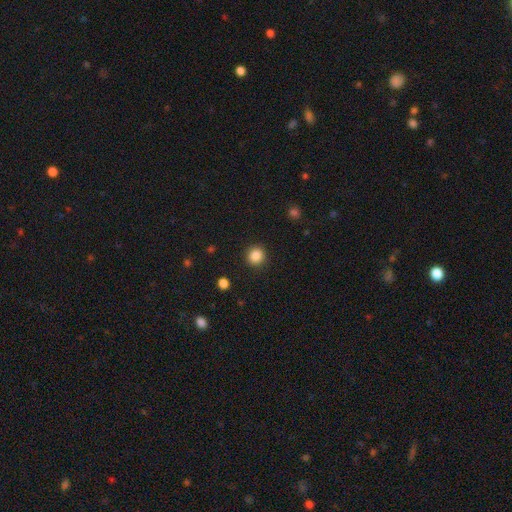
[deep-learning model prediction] This is clearly a smooth galaxy (86%). How rounded: clearly round (91%). Merging: clearly none (91%).